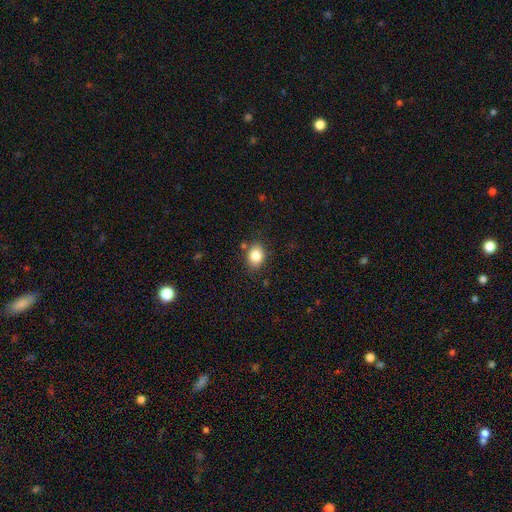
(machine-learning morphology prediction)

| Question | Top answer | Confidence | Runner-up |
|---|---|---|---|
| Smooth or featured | smooth | 84% | star or artifact (9%) |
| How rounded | in between | 53% | round (46%) |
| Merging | none | 81% | minor disturbance (12%) |